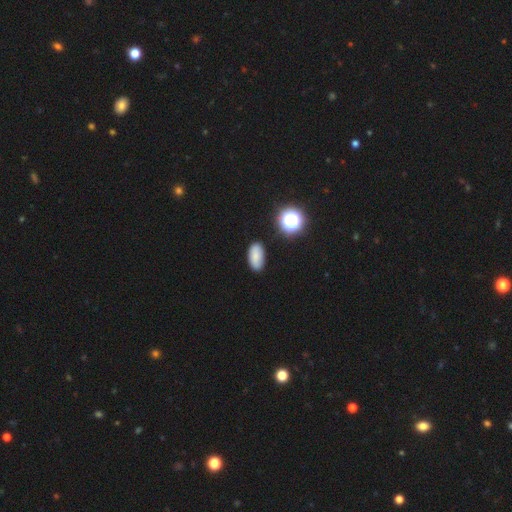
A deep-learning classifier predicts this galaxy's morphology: Smooth or featured: smooth — 78% (star or artifact — 12%)
How rounded: in between — 92% (round — 5%)
Merging: none — 82% (minor disturbance — 13%)